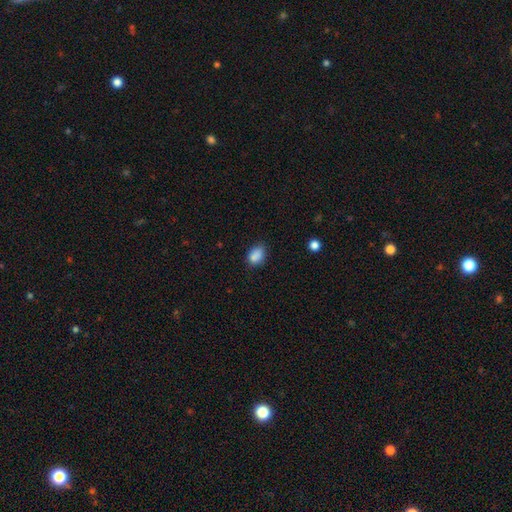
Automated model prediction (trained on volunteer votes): Smooth or featured?
  - smooth: 86% *
  - star or artifact: 10%
  - featured or disk: 5%
How rounded?
  - in between: 77% *
  - round: 21%
  - cigar-shaped: 1%
Merging?
  - none: 66% *
  - minor disturbance: 26%
  - major disturbance: 5%
  - merger: 3%